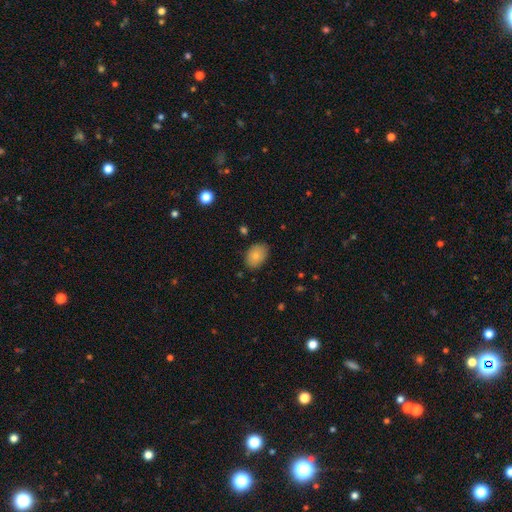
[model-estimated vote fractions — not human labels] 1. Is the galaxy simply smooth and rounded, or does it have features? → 81% smooth, 11% featured or disk, 8% star or artifact.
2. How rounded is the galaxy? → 82% in between, 17% round, 1% cigar-shaped.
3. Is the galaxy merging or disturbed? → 83% none, 13% minor disturbance, 3% major disturbance, 1% merger.